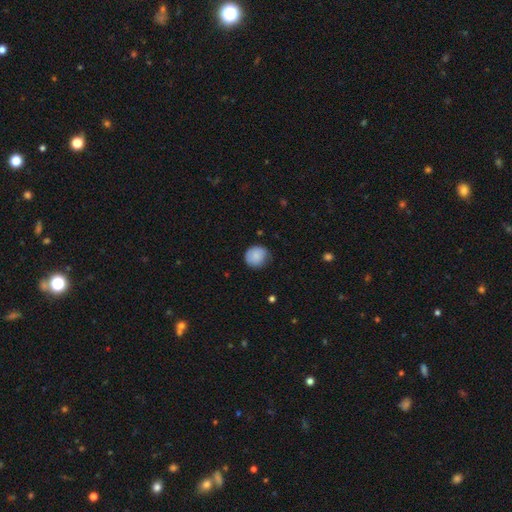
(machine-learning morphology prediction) This is clearly a smooth galaxy (85%). How rounded: clearly round (86%). Merging: likely none (73%).